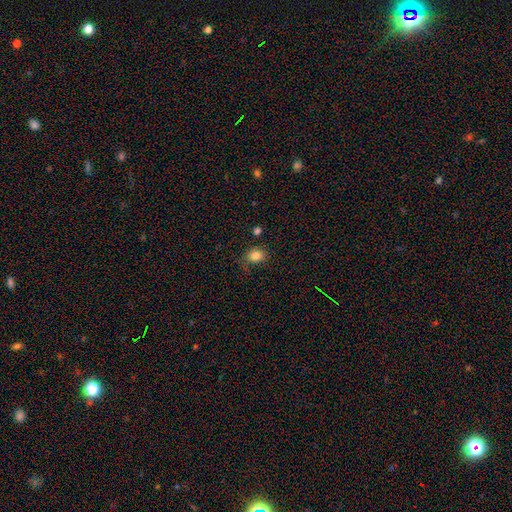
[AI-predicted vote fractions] Smooth or featured? smooth (83%)
How rounded? round (55%)
Merging? none (69%)